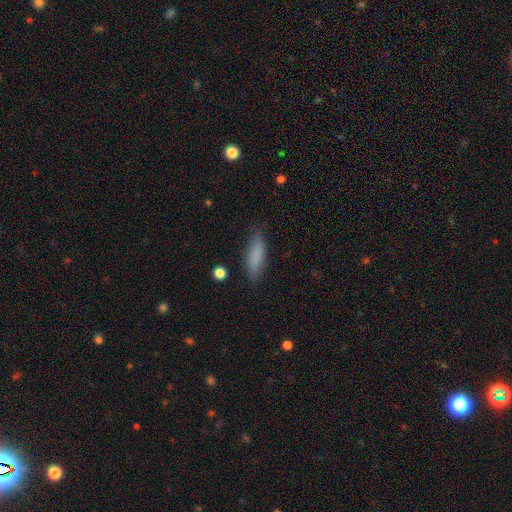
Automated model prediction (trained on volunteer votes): Smooth or featured? smooth (82%)
How rounded? cigar-shaped (58%)
Merging? none (80%)